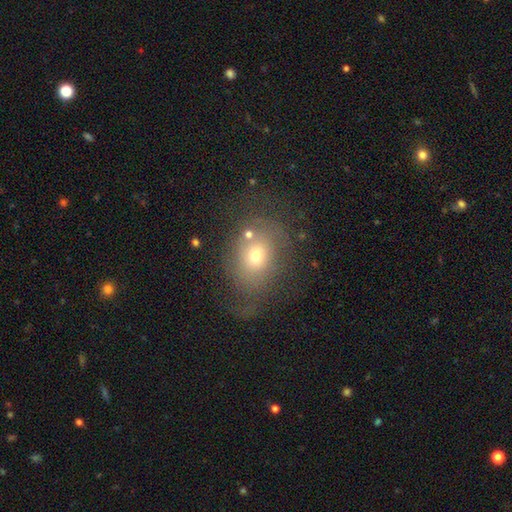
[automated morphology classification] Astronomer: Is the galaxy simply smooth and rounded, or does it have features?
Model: smooth — 60%.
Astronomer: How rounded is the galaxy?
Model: round — 50% (runner-up: in between, 49%).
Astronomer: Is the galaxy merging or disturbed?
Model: none — 48% (runner-up: major disturbance, 24%).